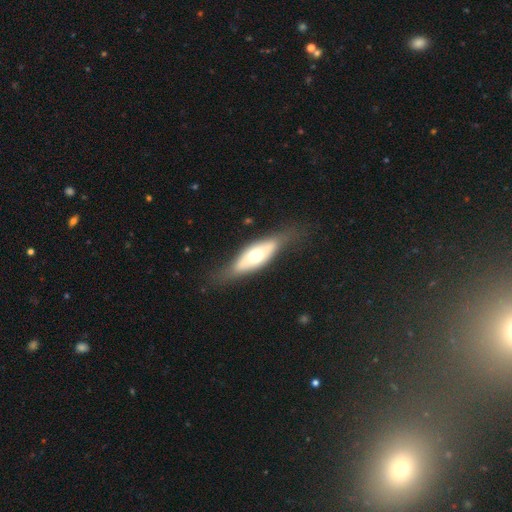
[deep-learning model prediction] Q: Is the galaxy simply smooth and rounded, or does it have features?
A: featured or disk — 50%.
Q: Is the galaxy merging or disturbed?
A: none — 68%.